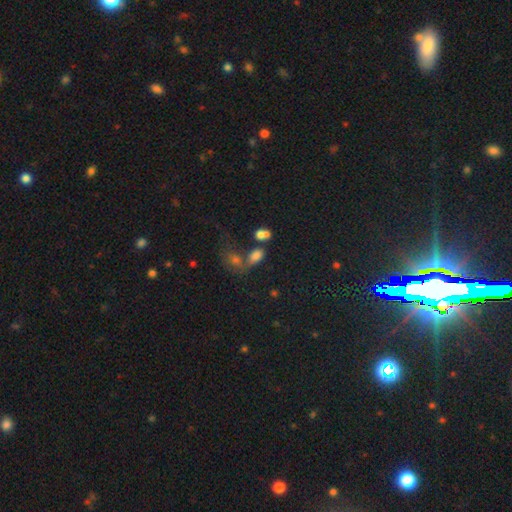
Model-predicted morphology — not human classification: type=smooth (75%); roundness=in between (84%); merging=none (39%).